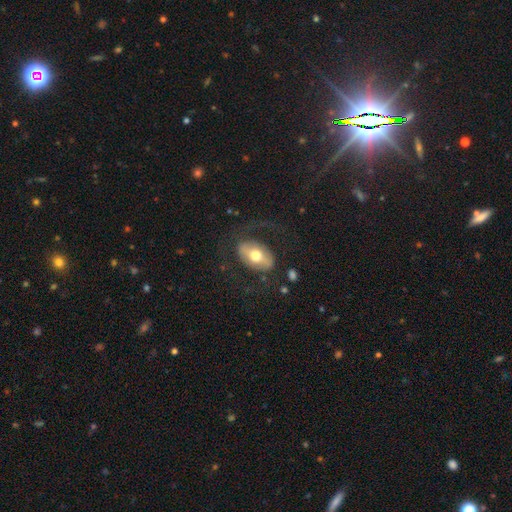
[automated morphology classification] featured or disk 50%, smooth 45%, star or artifact 6%. Down the decision tree: merging — none (63%).